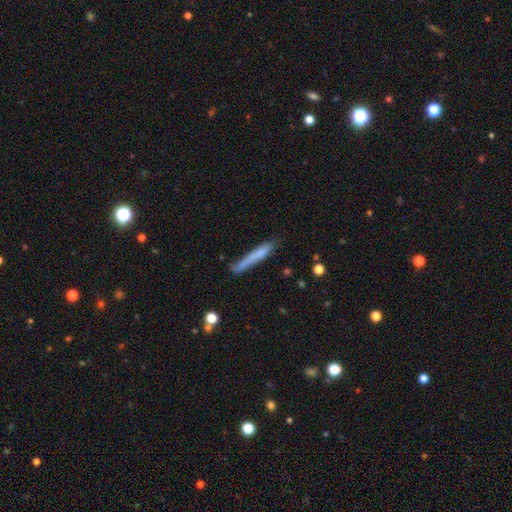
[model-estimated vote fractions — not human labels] This appears to be a smooth galaxy with no disk features (67%) that is cigar-shaped (95%). Merging: none (70%).